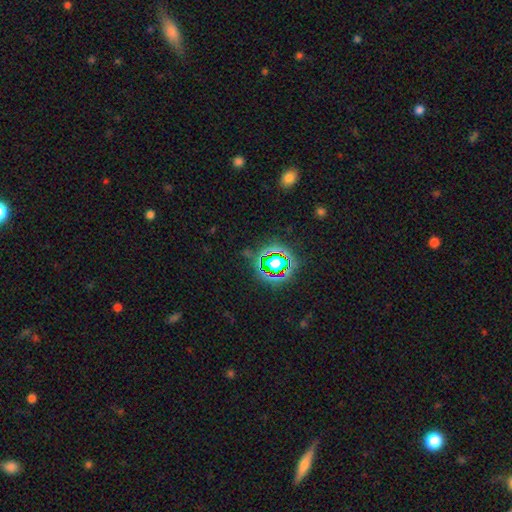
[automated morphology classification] Smooth or featured? Predicted: star or artifact (p=0.76).